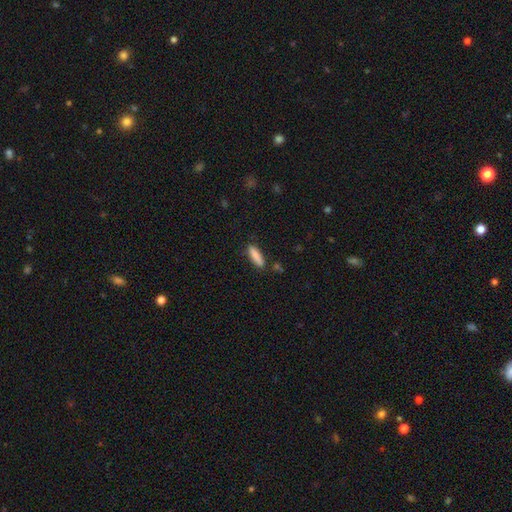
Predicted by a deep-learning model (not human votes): smooth 85%, featured or disk 8%, star or artifact 6%. Down the decision tree: how rounded — cigar-shaped (72%); merging — none (82%).